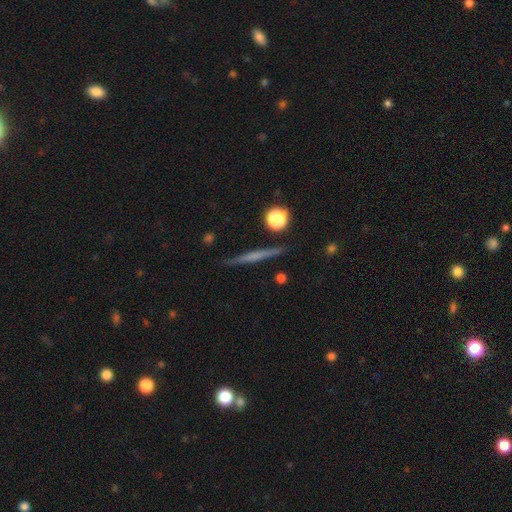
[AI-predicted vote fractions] Q: Smooth or featured?
A: featured or disk (56%); runner-up: smooth (36%)
Q: Edge-on disk?
A: yes (97%); runner-up: no (3%)
Q: Edge-on bulge?
A: none (66%); runner-up: rounded (23%)
Q: Merging?
A: none (90%); runner-up: minor disturbance (7%)